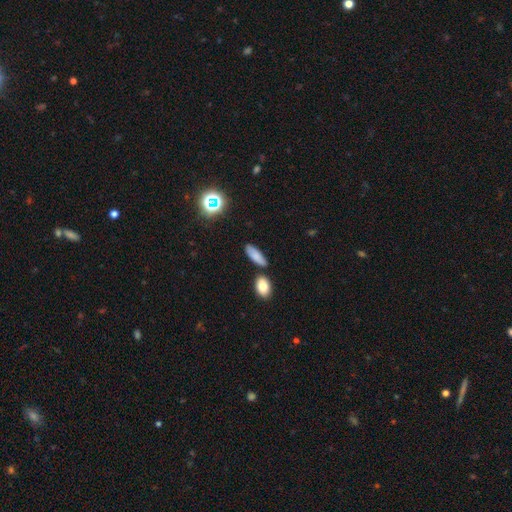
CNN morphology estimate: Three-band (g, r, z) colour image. It shows a smooth galaxy with no disk features (79%) that is in between round and cigar-shaped (63%). Merging: none (77%).